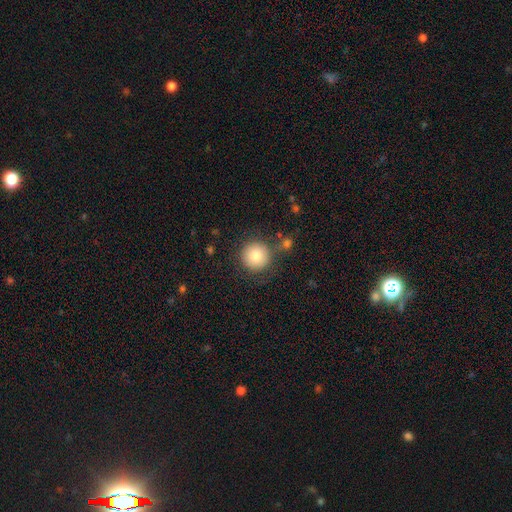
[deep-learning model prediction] smooth_or_featured: smooth (p=0.81) [alt: featured or disk p=0.09]
how_rounded: round (p=0.95) [alt: in between p=0.04]
merging: none (p=0.79) [alt: minor disturbance p=0.11]